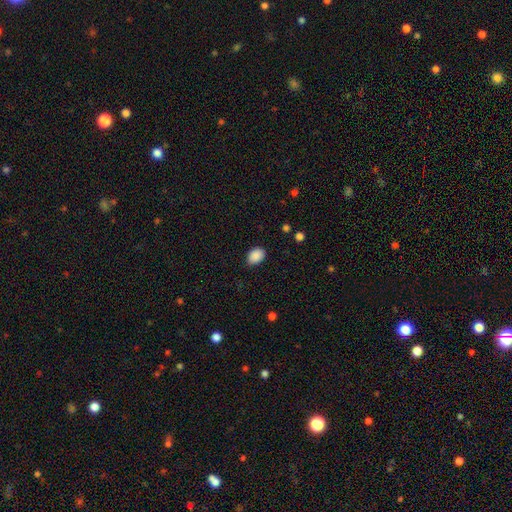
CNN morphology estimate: The model was most divided on "how rounded": in between: 73%, round: 26%, cigar-shaped: 1%. More confident: smooth or featured — smooth (89%); merging — none (83%).